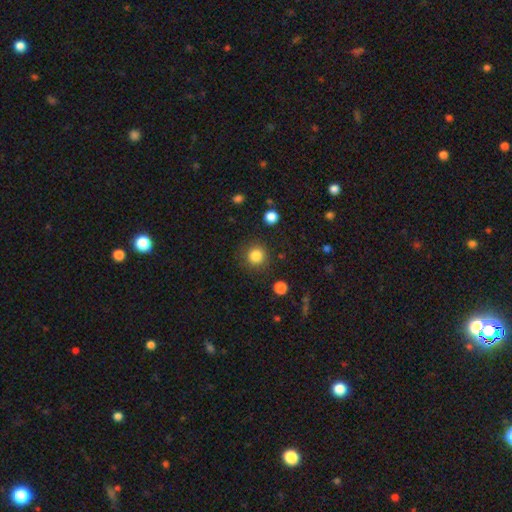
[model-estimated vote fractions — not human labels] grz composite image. It shows a smooth galaxy with no disk features (84%) that is round (93%). Merging: none (87%).